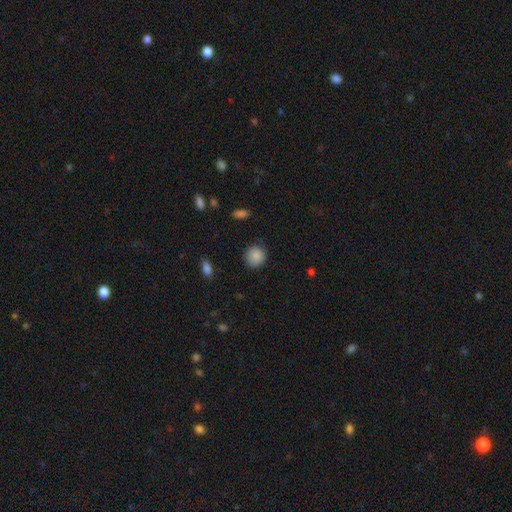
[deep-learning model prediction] Smooth or featured? smooth (88%)
How rounded? round (89%)
Merging? none (86%)